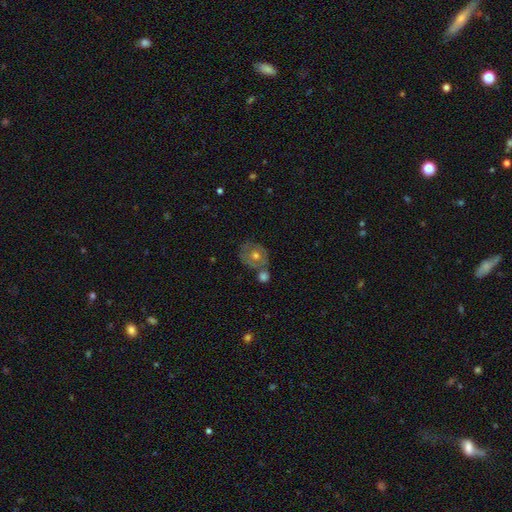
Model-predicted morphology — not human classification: Q: Smooth or featured?
A: featured or disk (55%); runner-up: smooth (34%)
Q: Edge-on disk?
A: no (95%); runner-up: yes (5%)
Q: Bar?
A: no (85%); runner-up: weak (12%)
Q: Spiral arms?
A: no (55%); runner-up: yes (45%)
Q: Bulge size?
A: moderate (74%); runner-up: small (19%)
Q: Merging?
A: none (59%); runner-up: merger (21%)